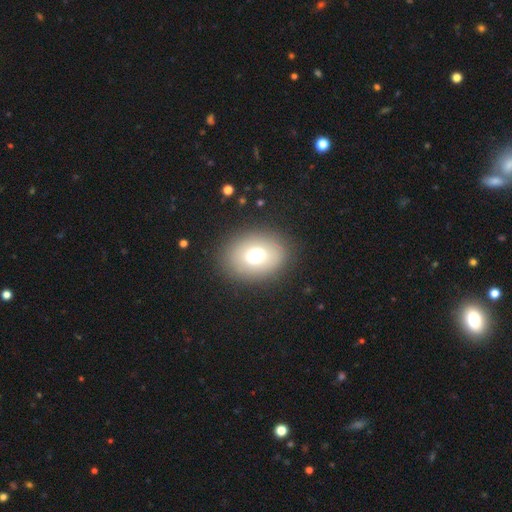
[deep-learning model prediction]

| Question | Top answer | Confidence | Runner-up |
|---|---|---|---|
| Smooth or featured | smooth | 69% | star or artifact (16%) |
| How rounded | in between | 53% | round (46%) |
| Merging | none | 85% | minor disturbance (8%) |